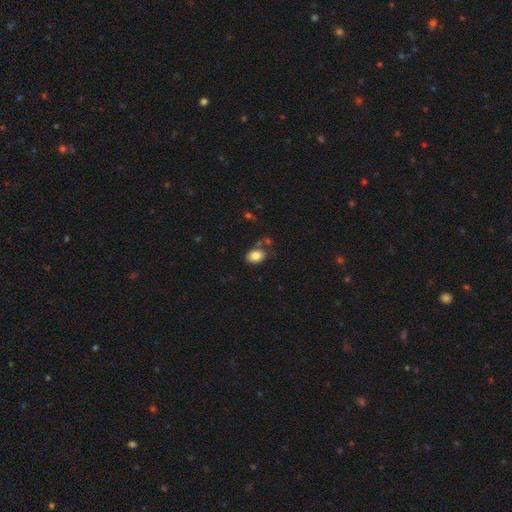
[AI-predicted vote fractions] smooth-or-featured: smooth: 84% | star or artifact: 9% | featured or disk: 7%
  how-rounded: in between: 76% | round: 22% | cigar-shaped: 1%
  merging: none: 70% | minor disturbance: 17% | merger: 9% | major disturbance: 5%